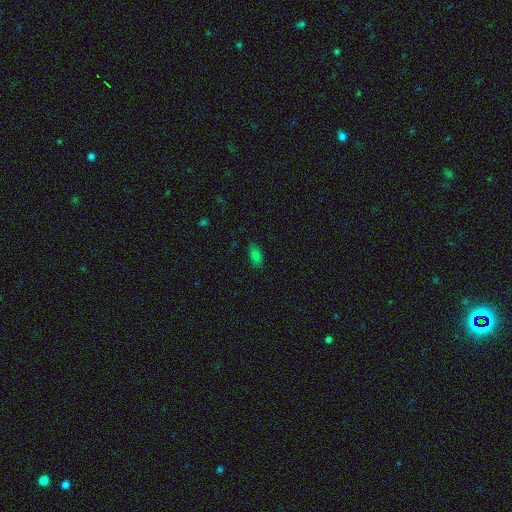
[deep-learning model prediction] Smooth or featured: smooth — 77% (star or artifact — 14%)
How rounded: in between — 87% (cigar-shaped — 8%)
Merging: none — 83% (minor disturbance — 13%)